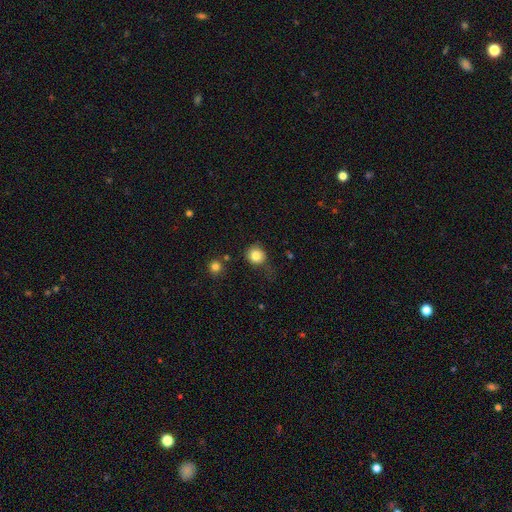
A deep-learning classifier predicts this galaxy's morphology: Smooth or featured: smooth — 83% (star or artifact — 11%)
How rounded: round — 89% (in between — 10%)
Merging: none — 72% (minor disturbance — 18%)